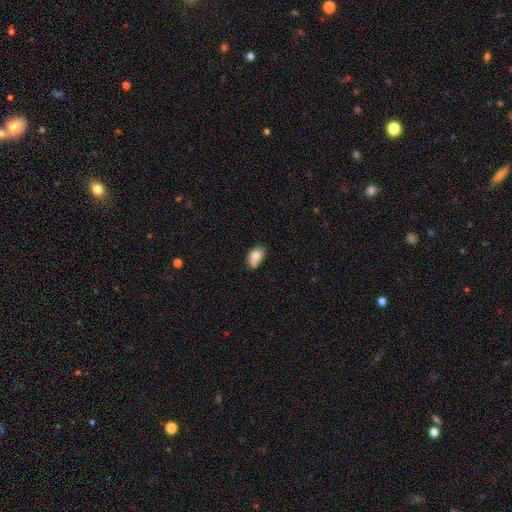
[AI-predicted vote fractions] A smooth galaxy with no disk features (77%) that is in between round and cigar-shaped (81%).

Vote fractions:
- Smooth or featured? smooth: 77% / featured or disk: 14% / star or artifact: 9%
- How rounded? in between: 81% / round: 18% / cigar-shaped: 2%
- Merging? none: 43% / minor disturbance: 34% / merger: 13% / major disturbance: 9%